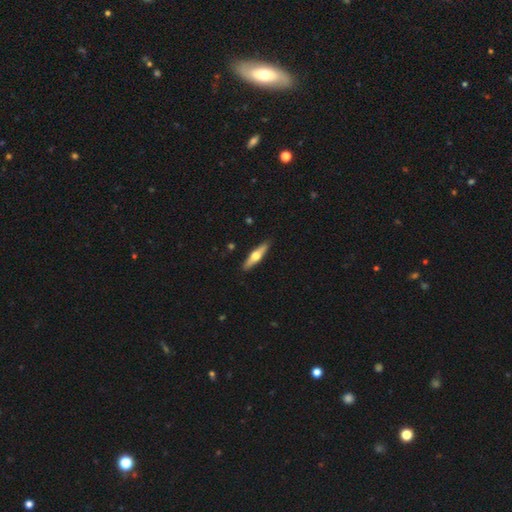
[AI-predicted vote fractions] smooth_or_featured: featured or disk (p=0.59) [alt: smooth p=0.36]
disk_edge_on: yes (p=0.94) [alt: no p=0.06]
edge_on_bulge: rounded (p=0.95) [alt: none p=0.02]
merging: none (p=0.91) [alt: minor disturbance p=0.07]